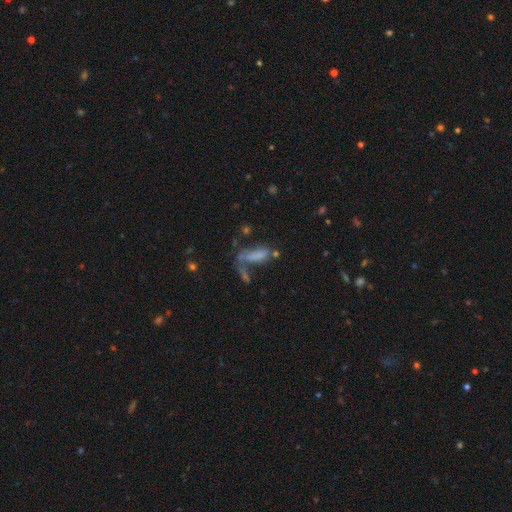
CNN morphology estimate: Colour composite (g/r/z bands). It shows a smooth galaxy with no disk features (63%) that is in between round and cigar-shaped (53%). Merging: none (30%).